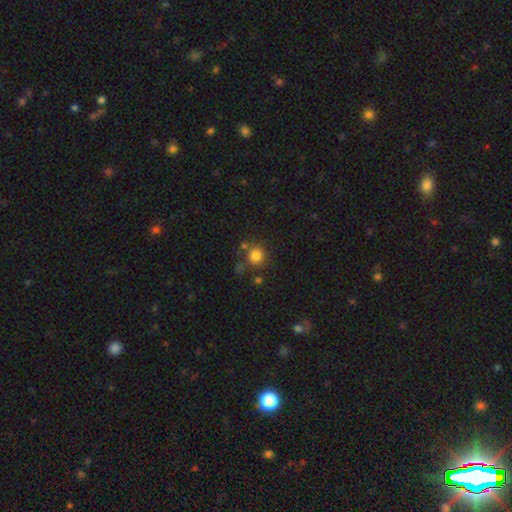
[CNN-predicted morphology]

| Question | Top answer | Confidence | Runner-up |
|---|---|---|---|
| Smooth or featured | smooth | 82% | star or artifact (12%) |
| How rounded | round | 89% | in between (10%) |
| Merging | none | 74% | minor disturbance (11%) |